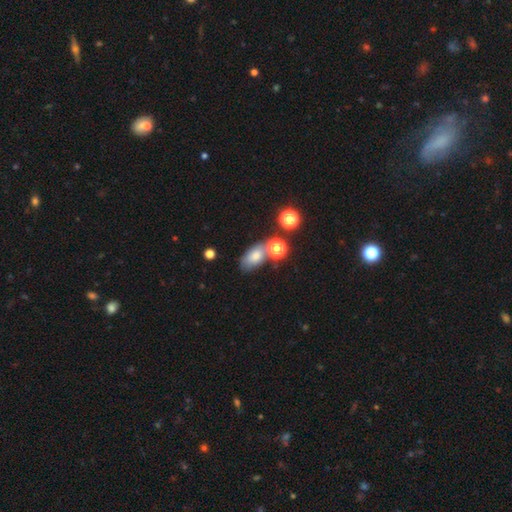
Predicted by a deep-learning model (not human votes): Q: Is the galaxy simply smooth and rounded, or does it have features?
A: smooth — 71%.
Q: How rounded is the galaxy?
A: in between — 82%.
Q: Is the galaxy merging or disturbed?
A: none — 55%.